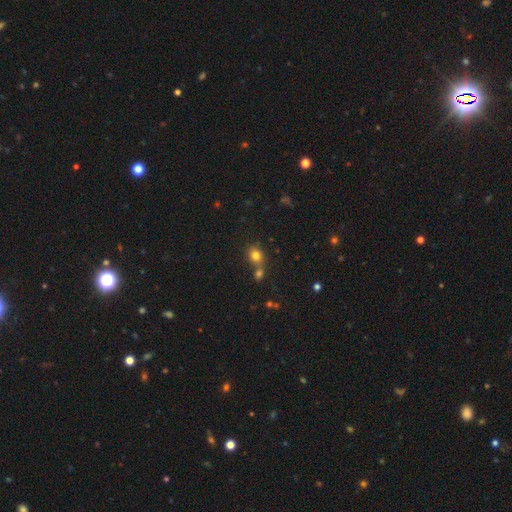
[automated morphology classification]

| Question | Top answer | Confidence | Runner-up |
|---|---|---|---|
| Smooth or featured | smooth | 79% | star or artifact (13%) |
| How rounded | round | 70% | in between (29%) |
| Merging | none | 49% | merger (37%) |